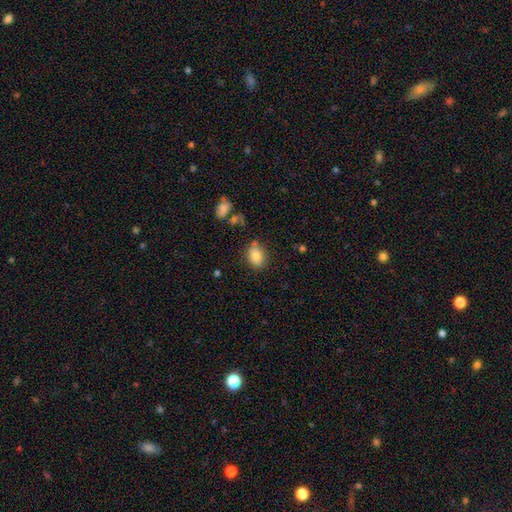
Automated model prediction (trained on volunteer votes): A smooth galaxy with no disk features (83%) that is in between round and cigar-shaped (68%). Merging: none (75%).